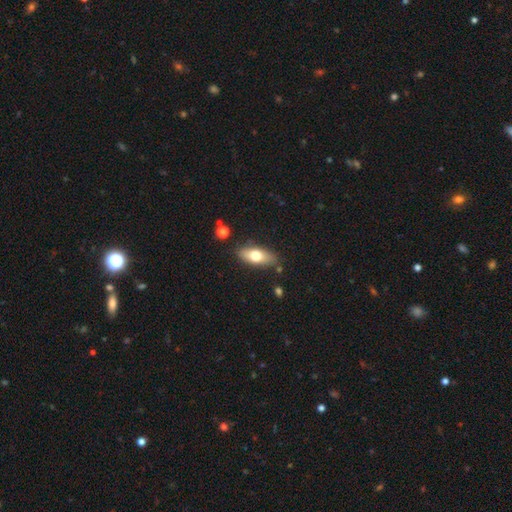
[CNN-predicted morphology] smooth_or_featured: smooth (p=0.69) [alt: featured or disk p=0.24]
how_rounded: in between (p=0.79) [alt: cigar-shaped p=0.17]
merging: none (p=0.81) [alt: minor disturbance p=0.13]